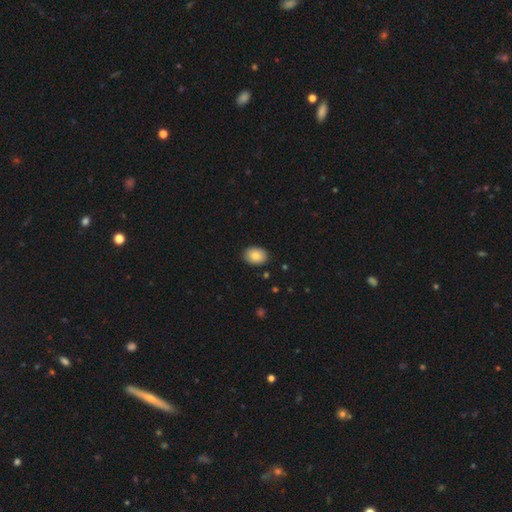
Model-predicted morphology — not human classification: smooth 85%, featured or disk 8%, star or artifact 7%. Down the decision tree: how rounded — in between (72%); merging — none (89%).